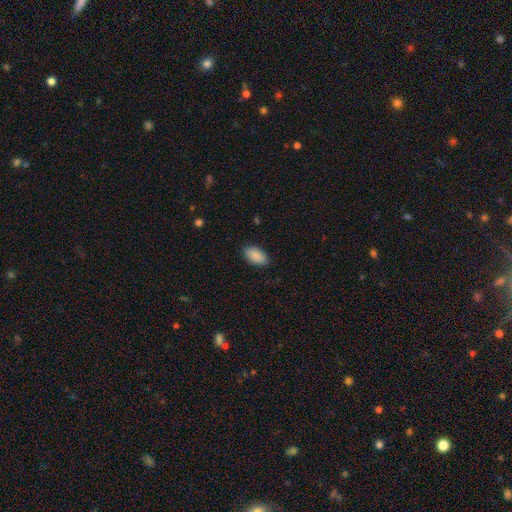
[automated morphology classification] smooth 89%, star or artifact 7%, featured or disk 5%. Down the decision tree: how rounded — in between (94%); merging — none (87%).